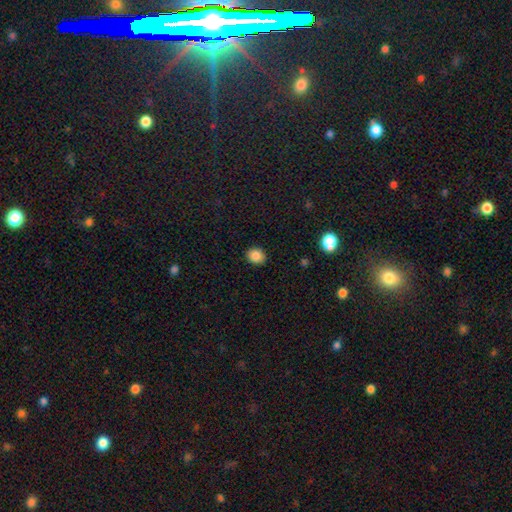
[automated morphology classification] smooth_or_featured: smooth (p=0.86) [alt: star or artifact p=0.10]
how_rounded: round (p=0.67) [alt: in between p=0.32]
merging: none (p=0.90) [alt: minor disturbance p=0.07]